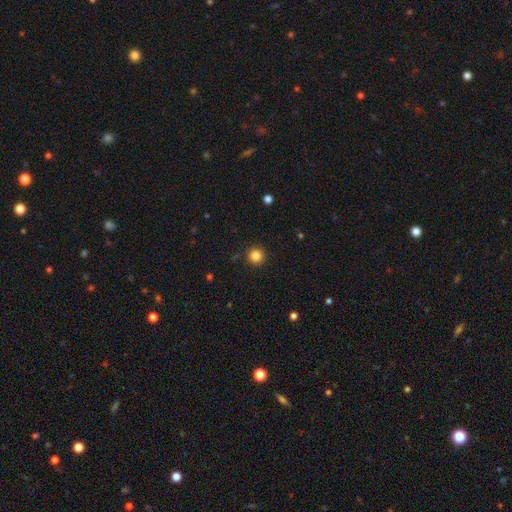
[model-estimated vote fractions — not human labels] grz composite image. It shows a smooth galaxy with no disk features (84%) that is round (96%). Merging: none (91%).